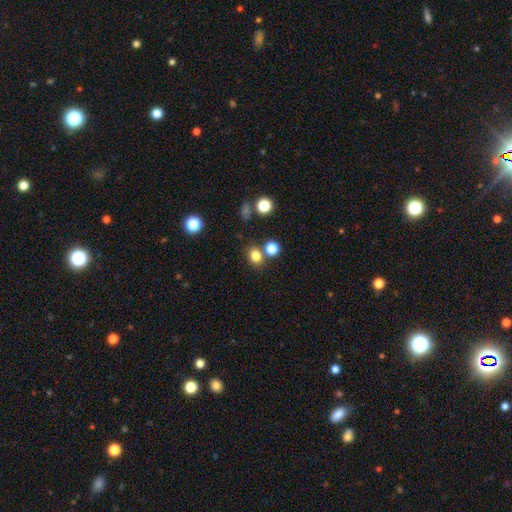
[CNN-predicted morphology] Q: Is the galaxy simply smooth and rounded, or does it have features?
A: smooth — 80%.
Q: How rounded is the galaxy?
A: round — 66%.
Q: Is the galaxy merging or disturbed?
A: none — 74%.